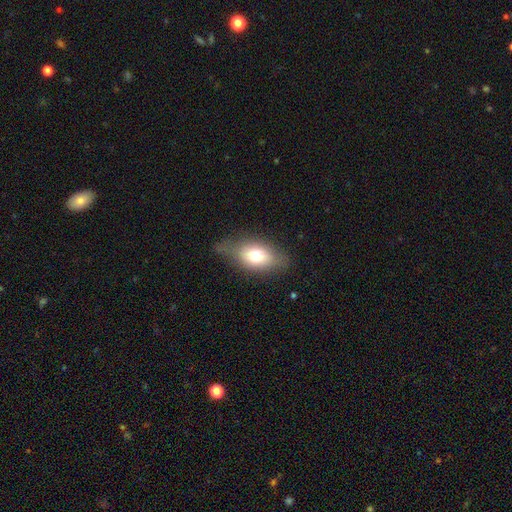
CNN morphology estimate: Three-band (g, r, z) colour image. It shows a smooth galaxy with no disk features (70%) that is in between round and cigar-shaped (84%). Merging: none (62%).